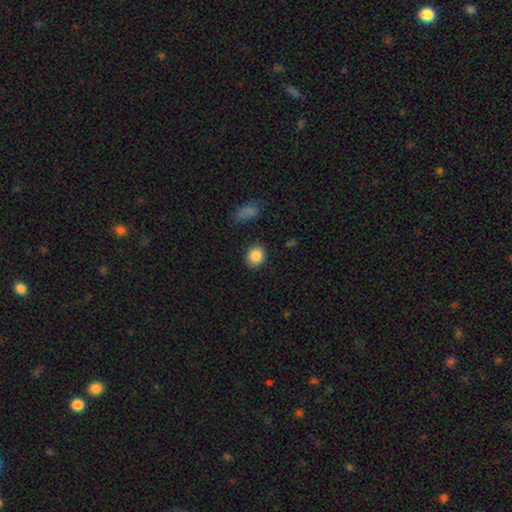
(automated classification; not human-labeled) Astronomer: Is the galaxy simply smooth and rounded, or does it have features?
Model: smooth — 87%.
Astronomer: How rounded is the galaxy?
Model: round — 71%.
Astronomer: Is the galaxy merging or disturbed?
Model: none — 88%.